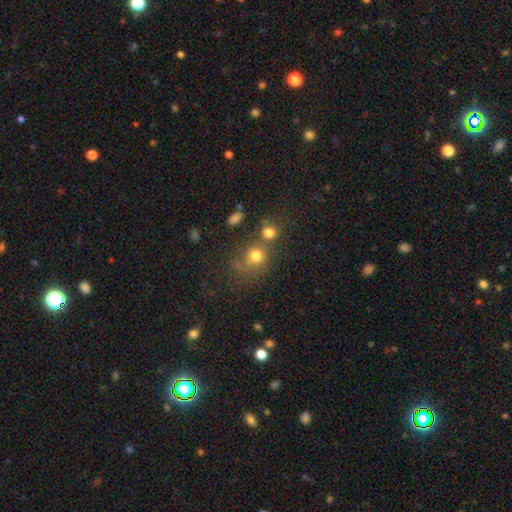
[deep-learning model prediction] Smooth or featured: smooth — 75% (star or artifact — 15%)
How rounded: round — 79% (in between — 20%)
Merging: none — 52% (merger — 28%)